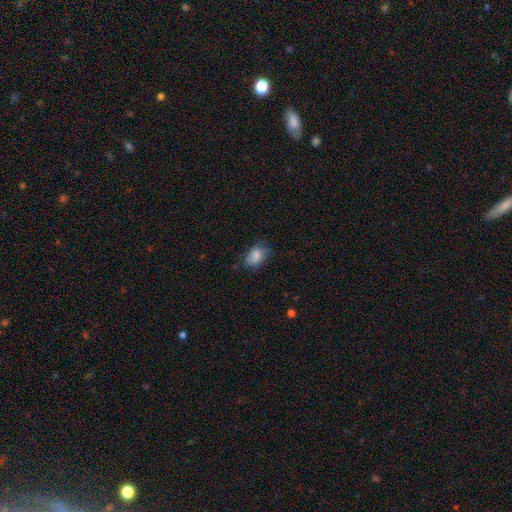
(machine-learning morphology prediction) smooth_or_featured: smooth (p=0.81) [alt: featured or disk p=0.11]
how_rounded: in between (p=0.79) [alt: round p=0.20]
merging: none (p=0.60) [alt: minor disturbance p=0.29]